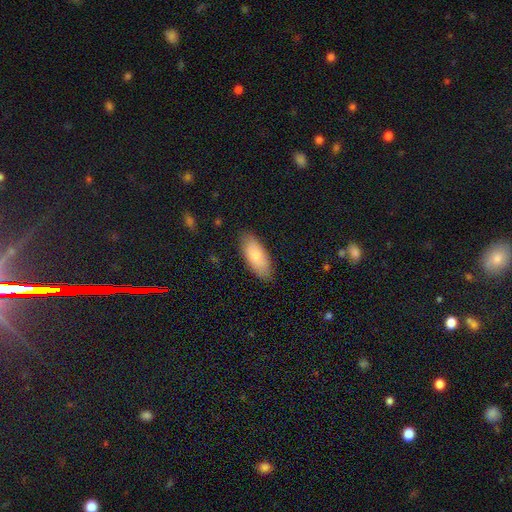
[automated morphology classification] smooth_or_featured: smooth (p=0.81) [alt: featured or disk p=0.13]
how_rounded: in between (p=0.83) [alt: cigar-shaped p=0.15]
merging: none (p=0.83) [alt: minor disturbance p=0.14]